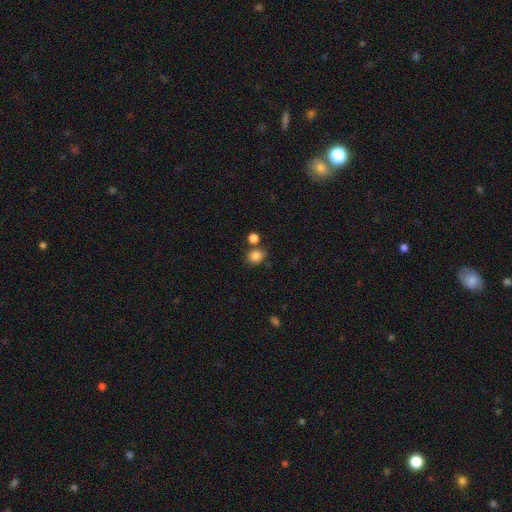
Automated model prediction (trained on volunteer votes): smooth-or-featured: smooth: 84% | star or artifact: 11% | featured or disk: 5%
  how-rounded: round: 69% | in between: 30% | cigar-shaped: 1%
  merging: none: 69% | merger: 16% | minor disturbance: 11% | major disturbance: 4%